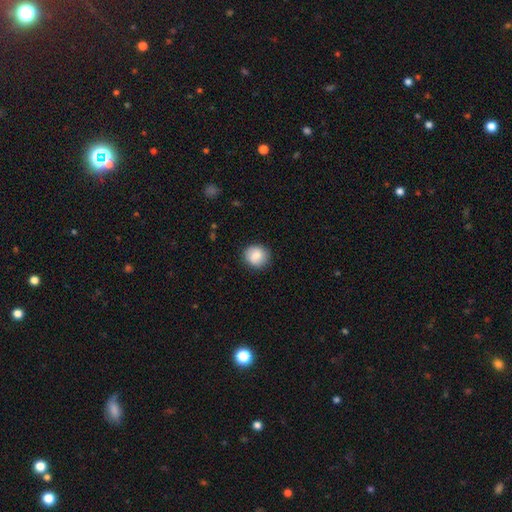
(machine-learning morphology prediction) smooth_or_featured: smooth (p=0.85) [alt: featured or disk p=0.08]
how_rounded: round (p=0.87) [alt: in between p=0.12]
merging: none (p=0.88) [alt: minor disturbance p=0.09]